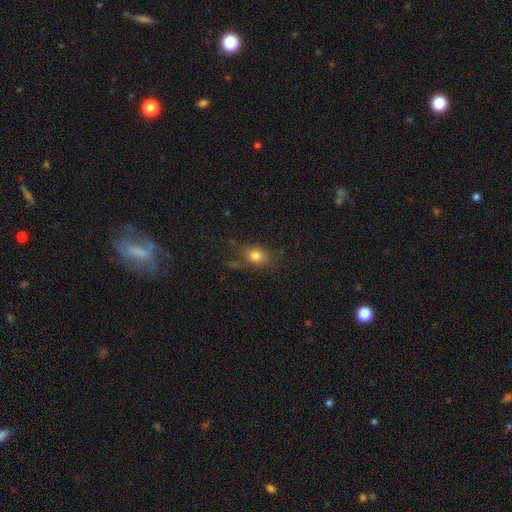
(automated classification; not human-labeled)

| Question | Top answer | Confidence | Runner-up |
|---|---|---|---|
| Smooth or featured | smooth | 77% | star or artifact (12%) |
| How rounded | in between | 55% | round (42%) |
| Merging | none | 66% | minor disturbance (20%) |